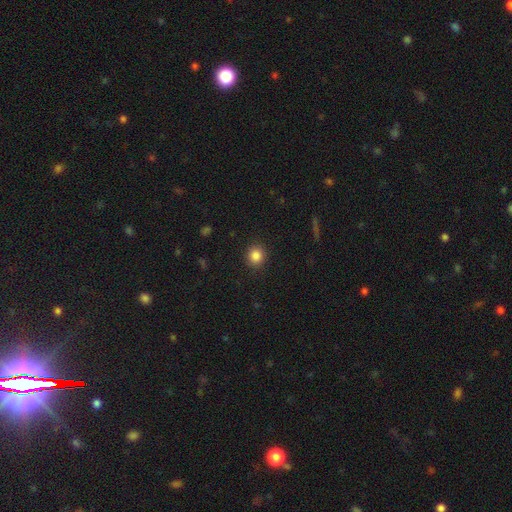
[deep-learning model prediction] Q: Smooth or featured?
A: smooth (86%); runner-up: star or artifact (10%)
Q: How rounded?
A: round (84%); runner-up: in between (15%)
Q: Merging?
A: none (91%); runner-up: minor disturbance (6%)